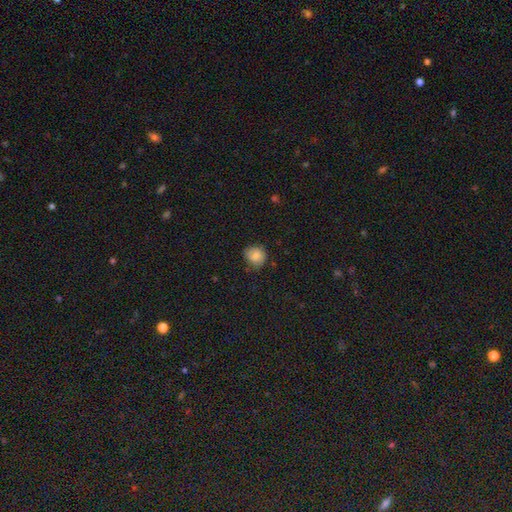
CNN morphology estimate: Overall: smooth (83%). How rounded: round (82%). Merging: none (72%).